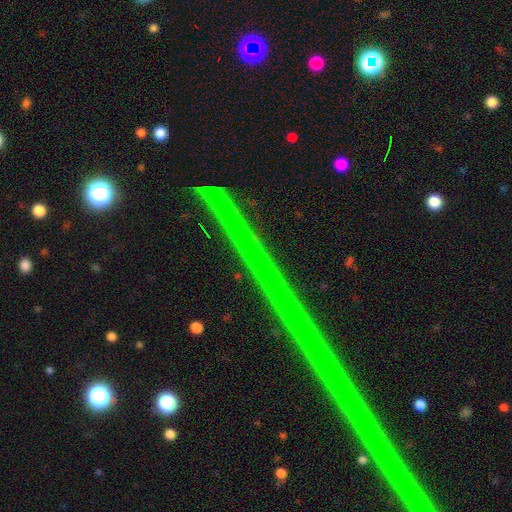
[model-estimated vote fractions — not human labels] A star or artifact, not a galaxy (78%).